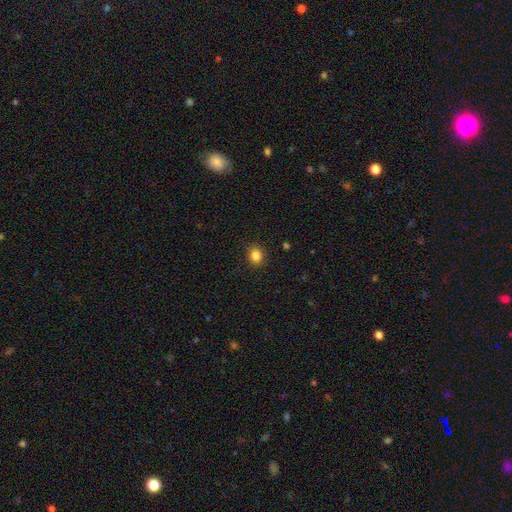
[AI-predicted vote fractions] Smooth or featured: smooth — 85% (star or artifact — 11%)
How rounded: round — 72% (in between — 27%)
Merging: none — 88% (minor disturbance — 8%)